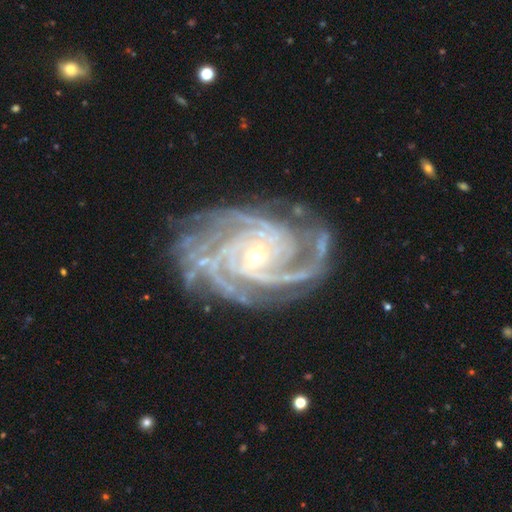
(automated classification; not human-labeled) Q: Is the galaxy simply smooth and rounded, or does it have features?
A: featured or disk — 93%.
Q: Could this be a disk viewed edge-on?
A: no — 98%.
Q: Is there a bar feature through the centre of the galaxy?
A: no — 60%.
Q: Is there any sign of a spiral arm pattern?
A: yes — 99%.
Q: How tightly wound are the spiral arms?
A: tight — 68%.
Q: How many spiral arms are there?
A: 4 — 31%.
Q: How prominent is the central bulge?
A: small — 72%.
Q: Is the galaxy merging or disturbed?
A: none — 73%.